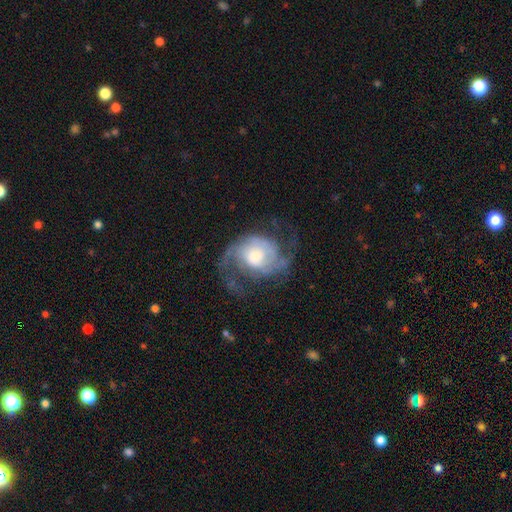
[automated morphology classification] A featured or disk galaxy (82%) with no bar (69%), 2 (73%) medium (47%) spiral arms (95%) and a moderate central bulge (41%).

Vote fractions:
- Smooth or featured? featured or disk: 82% / smooth: 12% / star or artifact: 6%
- Edge-on disk? no: 98% / yes: 2%
- Bar? no: 69% / weak: 26% / strong: 5%
- Spiral arms? yes: 95% / no: 5%
- Spiral winding? medium: 47% / loose: 31% / tight: 22%
- Spiral arm count? 2: 73% / 3: 9% / can't tell: 9% / 1: 4% / 4: 3% / more than 4: 3%
- Bulge size? moderate: 41% / large: 27% / small: 23% / dominant: 4% / none: 4%
- Merging? none: 55% / major disturbance: 24% / minor disturbance: 19% / merger: 2%